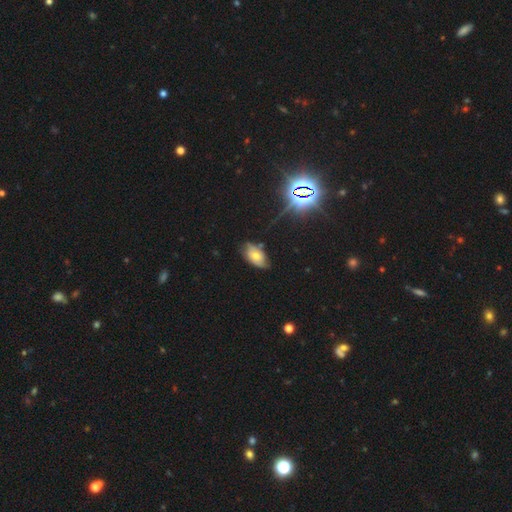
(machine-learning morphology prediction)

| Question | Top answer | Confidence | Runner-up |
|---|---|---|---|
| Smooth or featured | smooth | 50% | featured or disk (34%) |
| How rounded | in between | 92% | round (6%) |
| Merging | none | 62% | minor disturbance (29%) |